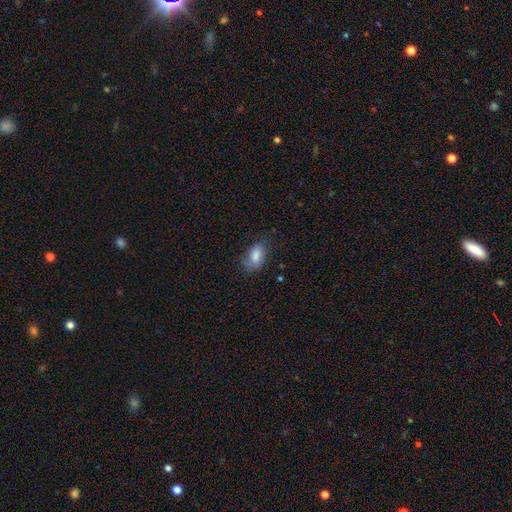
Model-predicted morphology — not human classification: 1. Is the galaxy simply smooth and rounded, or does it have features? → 76% smooth, 16% featured or disk, 8% star or artifact.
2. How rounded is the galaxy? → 89% in between, 9% round, 2% cigar-shaped.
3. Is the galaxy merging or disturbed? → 61% none, 27% minor disturbance, 10% major disturbance, 2% merger.